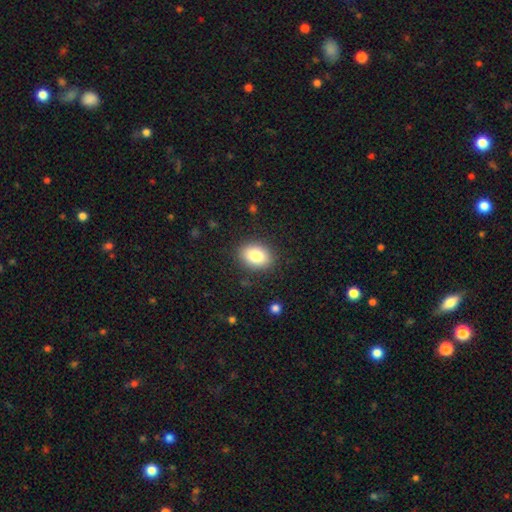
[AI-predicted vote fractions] This is clearly a smooth galaxy (83%). How rounded: likely in between (71%). Merging: clearly none (86%).